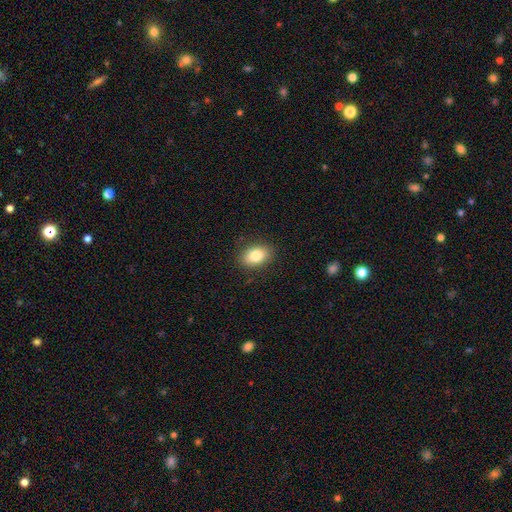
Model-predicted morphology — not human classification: Overall: smooth (83%). How rounded: in between (86%). Merging: none (88%).